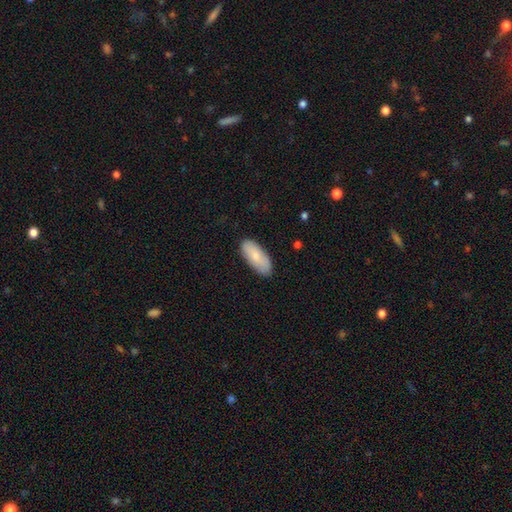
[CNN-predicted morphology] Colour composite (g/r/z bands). It shows a smooth galaxy with no disk features (77%) that is in between round and cigar-shaped (87%). Merging: none (83%).